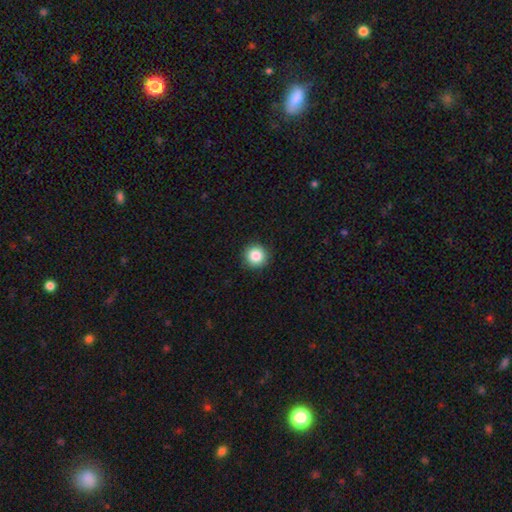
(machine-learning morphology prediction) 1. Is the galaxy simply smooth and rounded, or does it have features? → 86% smooth, 10% star or artifact, 5% featured or disk.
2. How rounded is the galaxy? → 95% round, 4% in between, 1% cigar-shaped.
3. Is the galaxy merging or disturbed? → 93% none, 5% minor disturbance, 2% major disturbance, 1% merger.